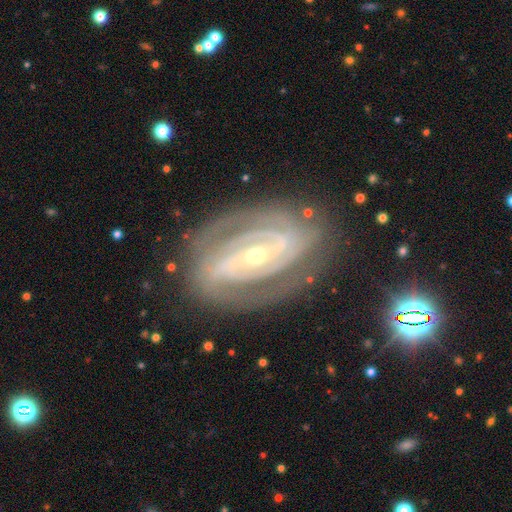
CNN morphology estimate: This appears to be a featured or disk galaxy (89%) with a strong bar (45%), 2 (57%) tight (64%) spiral arms (95%) and a small central bulge (66%). Merging: none (78%).